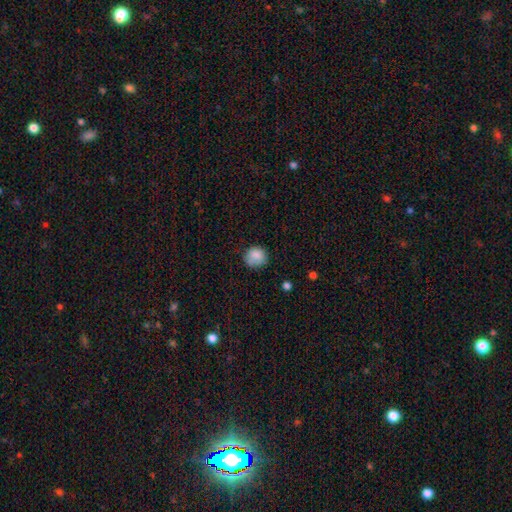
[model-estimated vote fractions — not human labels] This is clearly a smooth galaxy (83%). How rounded: clearly round (80%). Merging: likely none (67%).